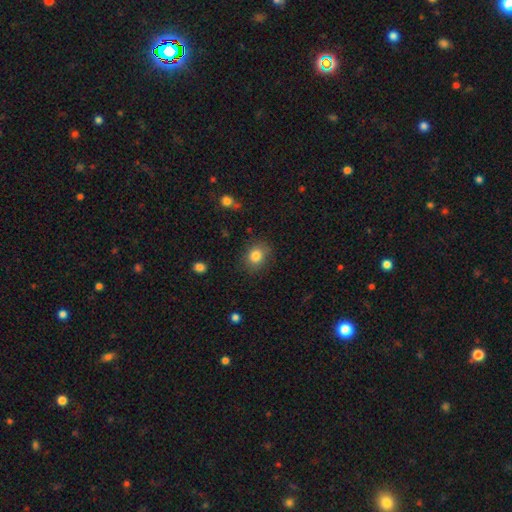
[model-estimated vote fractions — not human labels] smooth_or_featured: smooth (p=0.83) [alt: star or artifact p=0.10]
how_rounded: round (p=0.64) [alt: in between p=0.35]
merging: none (p=0.82) [alt: minor disturbance p=0.13]